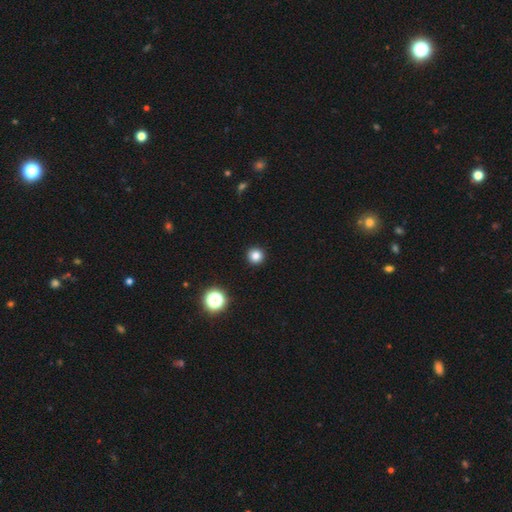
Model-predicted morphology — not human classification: smooth-or-featured: smooth: 82% | star or artifact: 14% | featured or disk: 4%
  how-rounded: round: 95% | in between: 4% | cigar-shaped: 1%
  merging: none: 94% | minor disturbance: 4% | major disturbance: 1% | merger: 1%